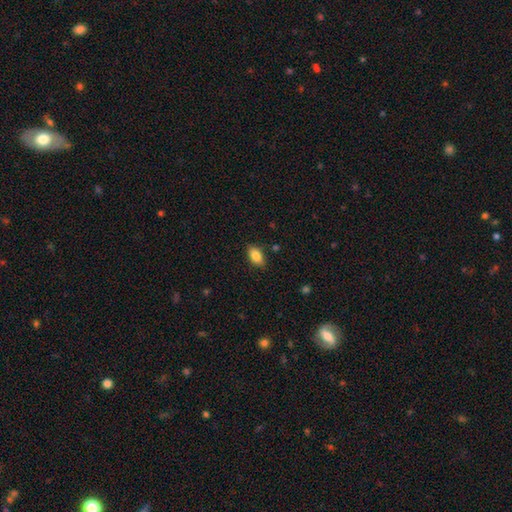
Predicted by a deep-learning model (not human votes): Smooth or featured: smooth — 85% (star or artifact — 8%)
How rounded: in between — 90% (round — 6%)
Merging: none — 84% (minor disturbance — 12%)